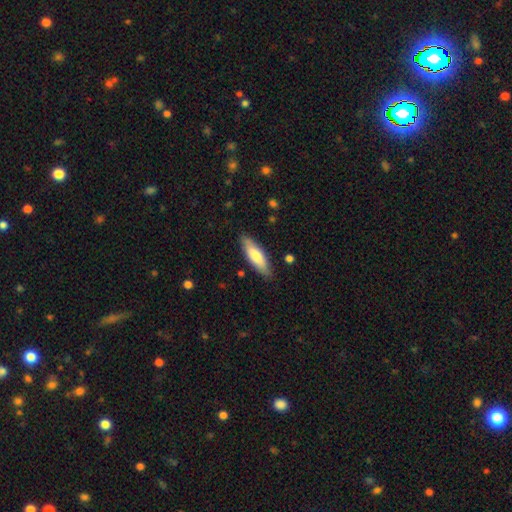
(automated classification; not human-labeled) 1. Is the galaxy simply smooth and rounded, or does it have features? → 72% smooth, 22% featured or disk, 5% star or artifact.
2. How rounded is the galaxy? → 50% cigar-shaped, 49% in between, 1% round.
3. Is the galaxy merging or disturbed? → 85% none, 11% minor disturbance, 2% major disturbance, 1% merger.